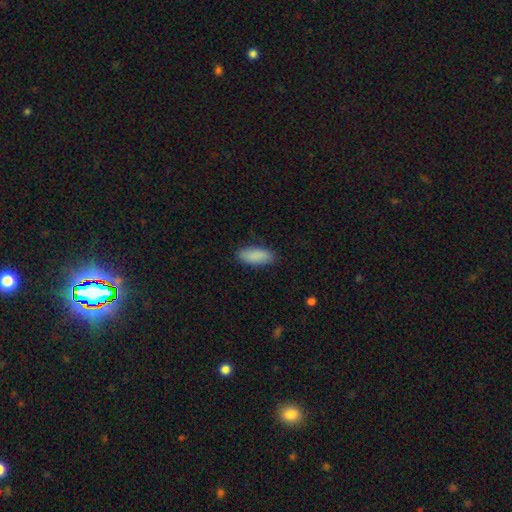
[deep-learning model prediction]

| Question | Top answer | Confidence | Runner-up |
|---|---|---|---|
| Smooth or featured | smooth | 89% | star or artifact (6%) |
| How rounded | in between | 80% | cigar-shaped (18%) |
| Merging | none | 85% | minor disturbance (12%) |